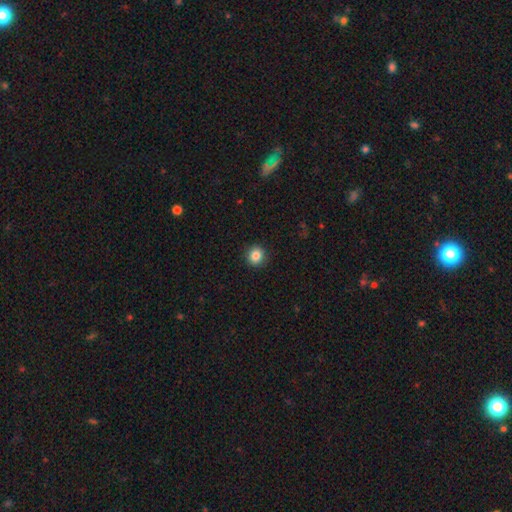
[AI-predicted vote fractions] A smooth galaxy with no disk features (86%) that is round (88%).

Vote fractions:
- Smooth or featured? smooth: 86% / star or artifact: 10% / featured or disk: 4%
- How rounded? round: 88% / in between: 11% / cigar-shaped: 1%
- Merging? none: 92% / minor disturbance: 6% / major disturbance: 2% / merger: 1%